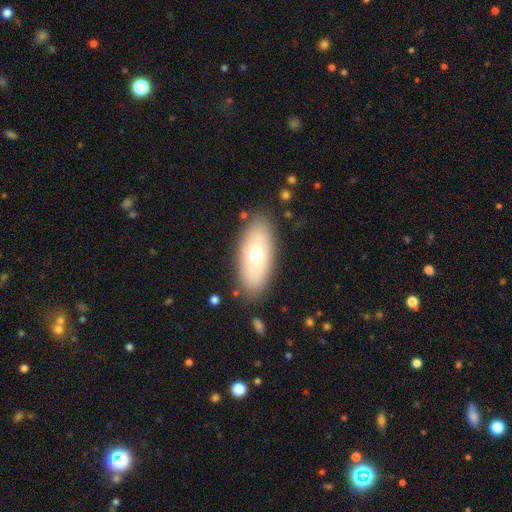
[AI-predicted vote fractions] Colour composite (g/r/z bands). It shows a smooth galaxy with no disk features (63%) that is in between round and cigar-shaped (87%). Merging: none (85%).